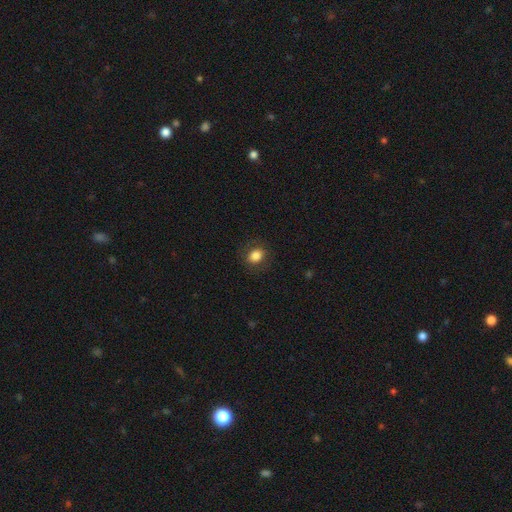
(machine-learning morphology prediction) A smooth galaxy with no disk features (83%) that is round (54%).

Vote fractions:
- Smooth or featured? smooth: 83% / star or artifact: 10% / featured or disk: 7%
- How rounded? round: 54% / in between: 45% / cigar-shaped: 1%
- Merging? none: 85% / minor disturbance: 10% / major disturbance: 4% / merger: 1%